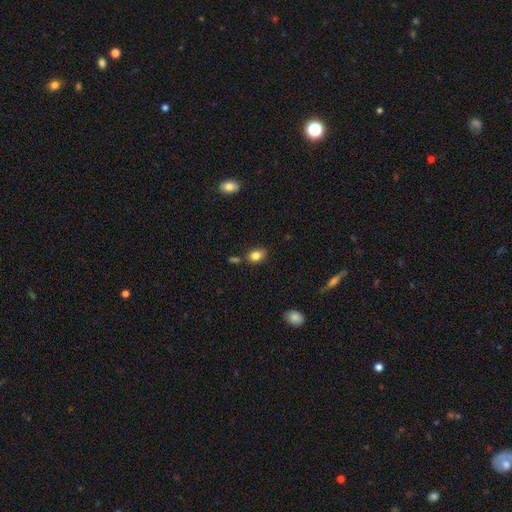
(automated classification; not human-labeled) Smooth or featured? smooth (82%)
How rounded? in between (74%)
Merging? none (73%)